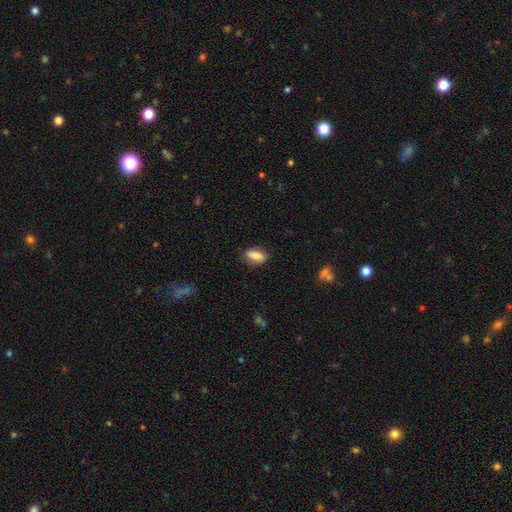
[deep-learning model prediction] Morphology: type=smooth (83%); roundness=in between (80%); merging=none (83%).